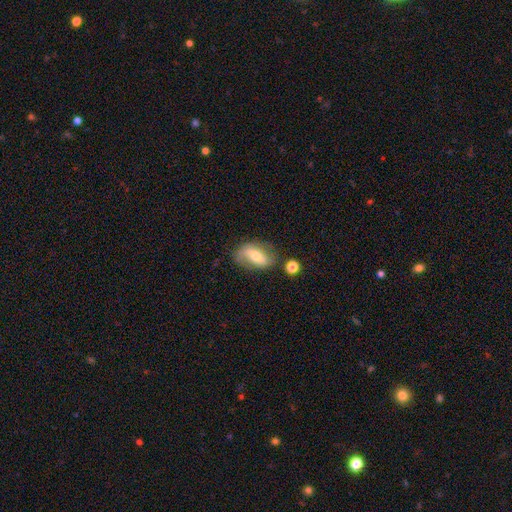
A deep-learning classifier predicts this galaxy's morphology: smooth-or-featured: featured or disk: 54% | smooth: 37% | star or artifact: 8%
  disk-edge-on: no: 91% | yes: 9%
  merging: none: 65% | minor disturbance: 22% | major disturbance: 8% | merger: 5%